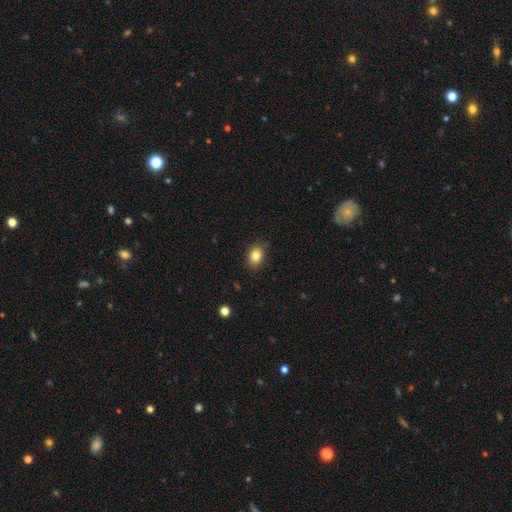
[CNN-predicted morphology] type=smooth (84%); roundness=in between (59%); merging=none (85%).